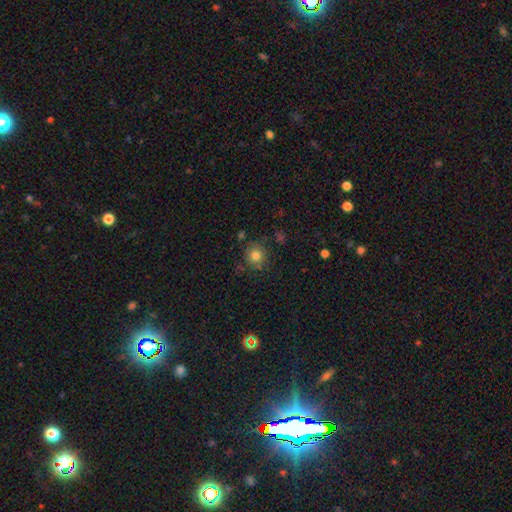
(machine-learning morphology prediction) The model was most divided on "smooth or featured": smooth: 80%, star or artifact: 13%, featured or disk: 7%. More confident: how rounded — round (90%); merging — none (81%).